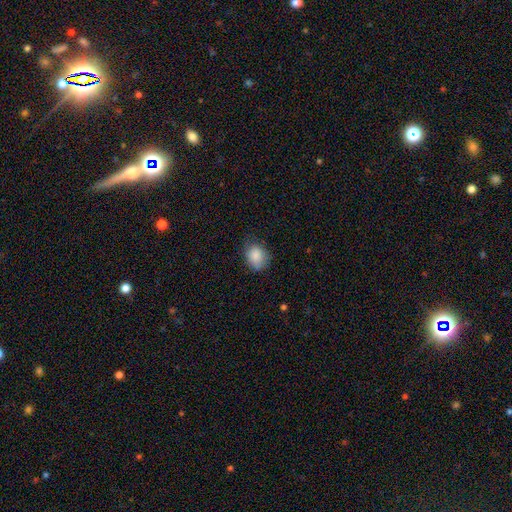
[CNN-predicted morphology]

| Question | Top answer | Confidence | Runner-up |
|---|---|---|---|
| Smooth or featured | smooth | 86% | star or artifact (8%) |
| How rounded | round | 51% | in between (48%) |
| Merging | none | 63% | minor disturbance (28%) |